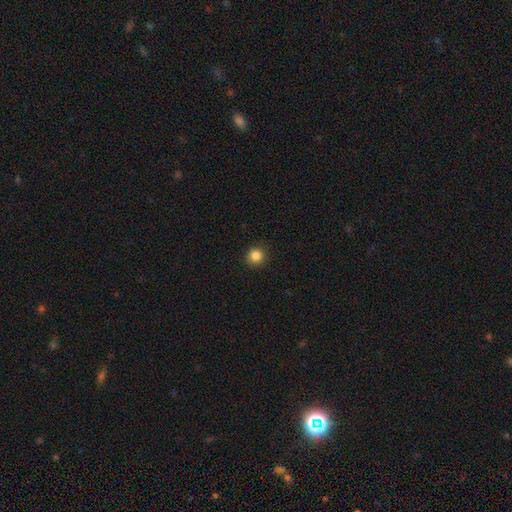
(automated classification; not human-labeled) A smooth galaxy with no disk features (85%) that is round (94%). Merging: none (92%).